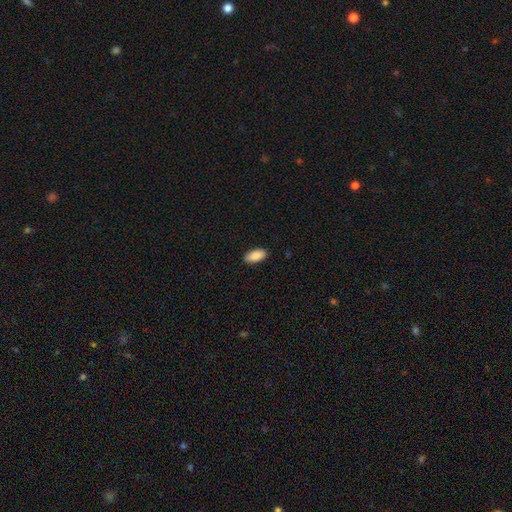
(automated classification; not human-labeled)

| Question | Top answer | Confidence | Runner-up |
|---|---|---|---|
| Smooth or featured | smooth | 88% | star or artifact (6%) |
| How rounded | in between | 93% | cigar-shaped (5%) |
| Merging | none | 90% | minor disturbance (8%) |